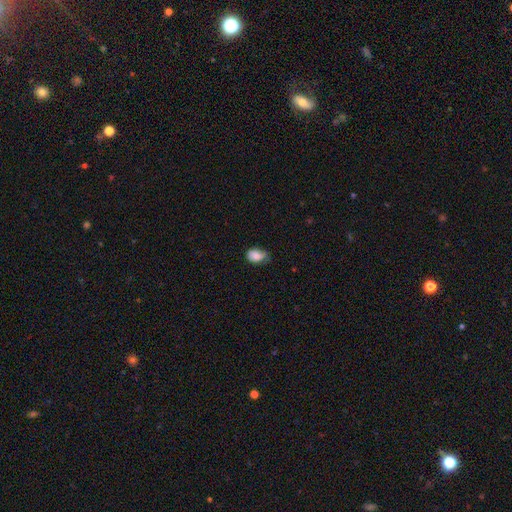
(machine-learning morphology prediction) Smooth or featured? smooth (83%)
How rounded? in between (78%)
Merging? none (44%)